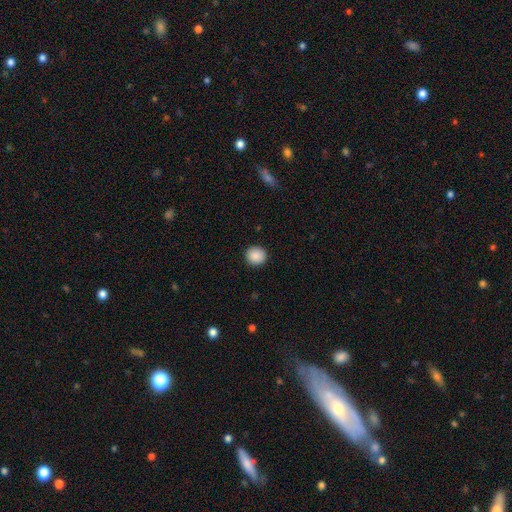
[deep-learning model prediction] This appears to be a smooth galaxy with no disk features (89%) that is round (89%). Merging: none (91%).